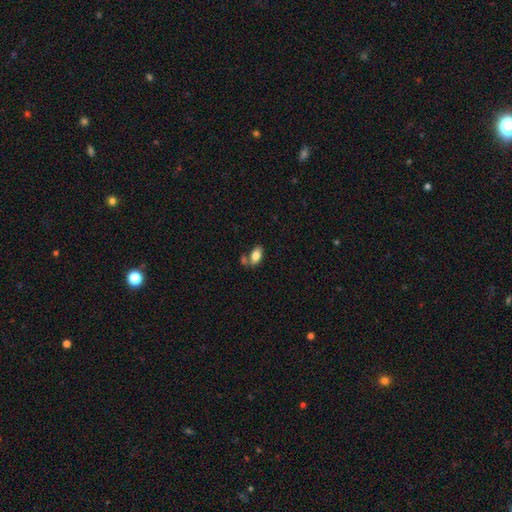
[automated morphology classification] Smooth or featured? smooth (82%)
How rounded? in between (92%)
Merging? none (56%)